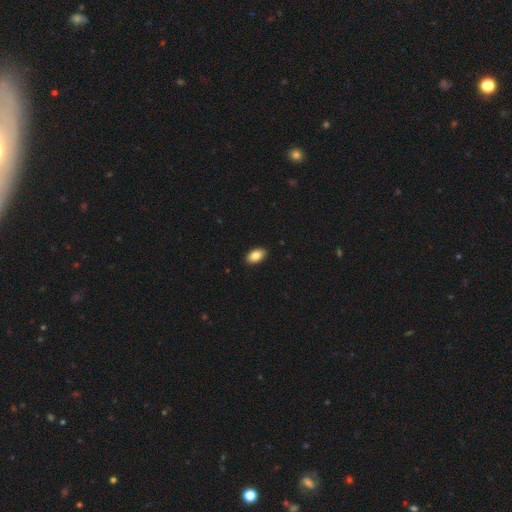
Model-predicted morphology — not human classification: A smooth galaxy with no disk features (86%) that is in between round and cigar-shaped (92%).

Vote fractions:
- Smooth or featured? smooth: 86% / star or artifact: 7% / featured or disk: 7%
- How rounded? in between: 92% / round: 7% / cigar-shaped: 1%
- Merging? none: 90% / minor disturbance: 7% / major disturbance: 2% / merger: 1%